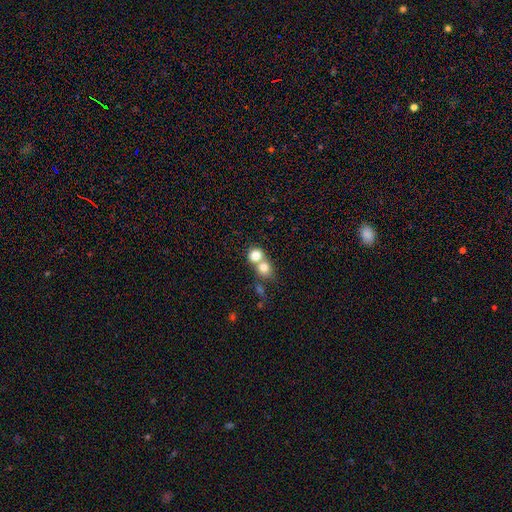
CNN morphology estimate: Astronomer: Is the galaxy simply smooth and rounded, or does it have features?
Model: smooth — 77%.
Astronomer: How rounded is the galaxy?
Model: round — 78%.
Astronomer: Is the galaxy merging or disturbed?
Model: merger — 62%.